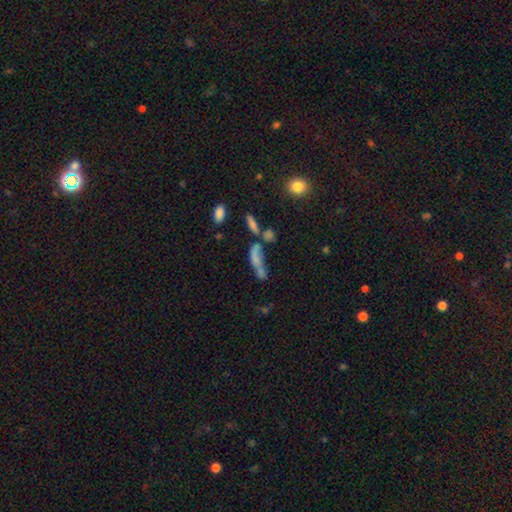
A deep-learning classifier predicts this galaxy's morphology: type=smooth (58%); roundness=in between (52%); merging=merger (49%).